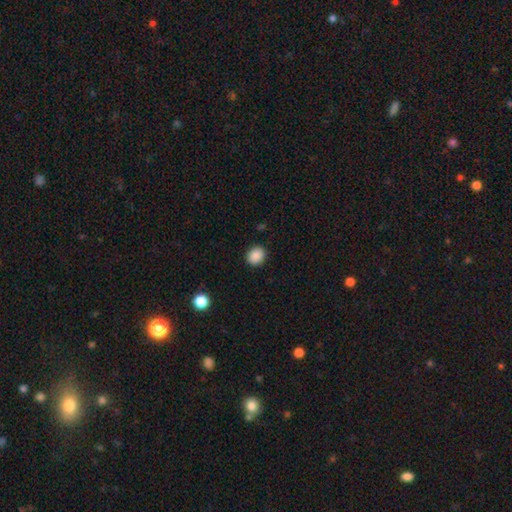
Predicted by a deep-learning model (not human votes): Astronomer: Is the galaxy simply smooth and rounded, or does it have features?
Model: smooth — 89%.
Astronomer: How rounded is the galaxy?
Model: round — 66%.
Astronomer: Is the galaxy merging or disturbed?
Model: none — 90%.